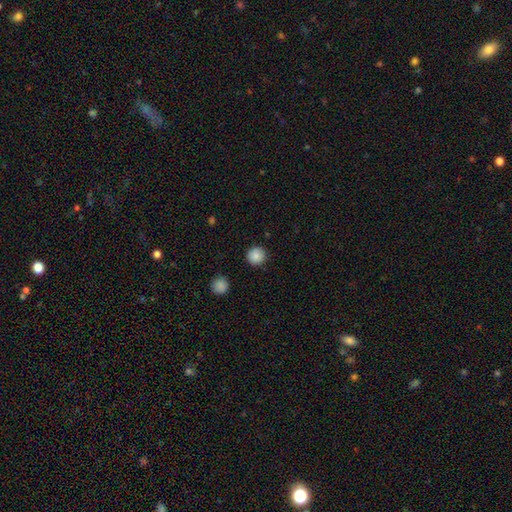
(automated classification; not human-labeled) Overall: smooth (87%). How rounded: round (95%). Merging: none (92%).